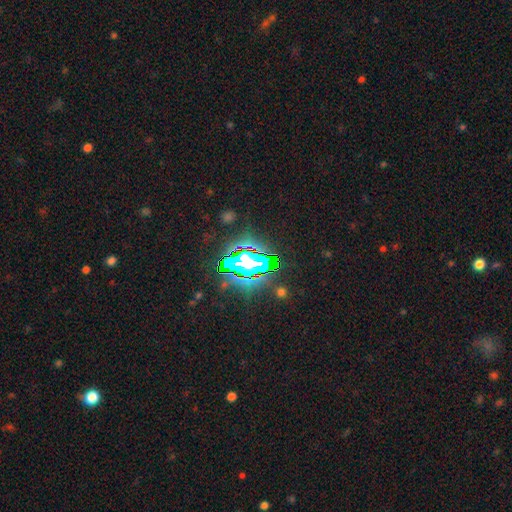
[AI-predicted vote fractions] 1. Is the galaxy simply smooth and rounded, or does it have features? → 81% star or artifact, 10% smooth, 9% featured or disk.